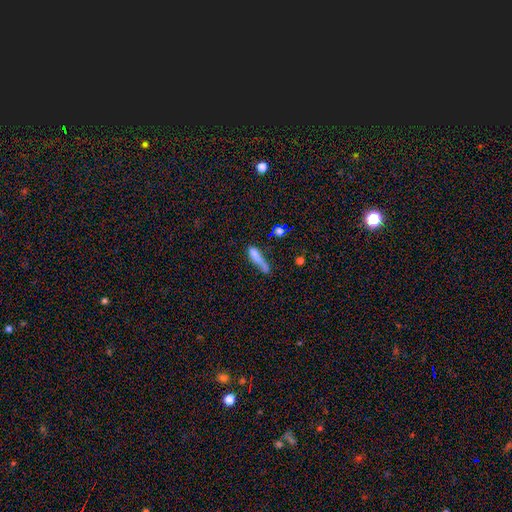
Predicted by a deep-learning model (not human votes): Smooth or featured? smooth (66%)
How rounded? cigar-shaped (66%)
Merging? none (28%)